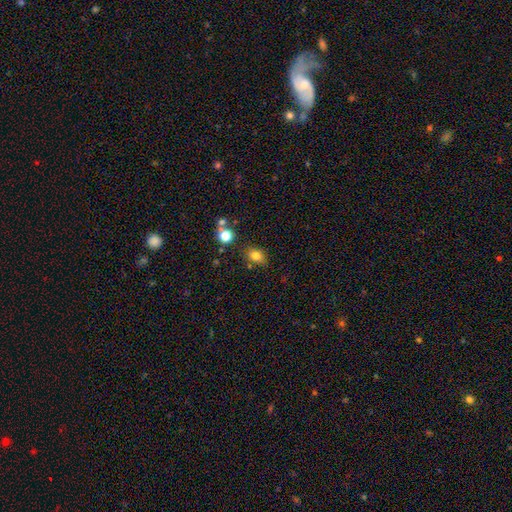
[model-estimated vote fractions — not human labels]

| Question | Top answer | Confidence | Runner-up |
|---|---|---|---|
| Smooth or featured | smooth | 79% | star or artifact (13%) |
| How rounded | in between | 60% | round (39%) |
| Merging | none | 71% | minor disturbance (17%) |